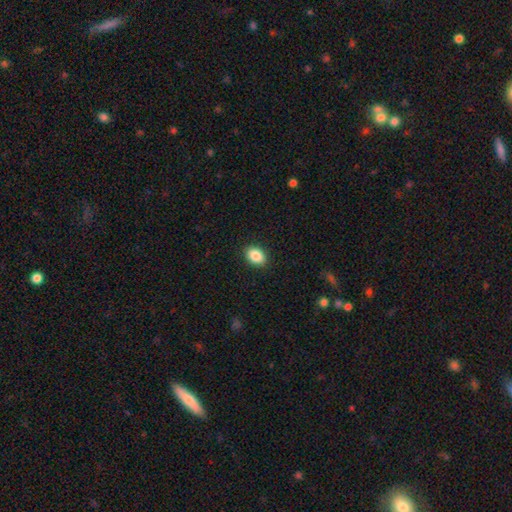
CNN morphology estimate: smooth-or-featured: smooth: 87% | star or artifact: 8% | featured or disk: 5%
  how-rounded: in between: 80% | round: 19% | cigar-shaped: 1%
  merging: none: 90% | minor disturbance: 7% | major disturbance: 2% | merger: 1%